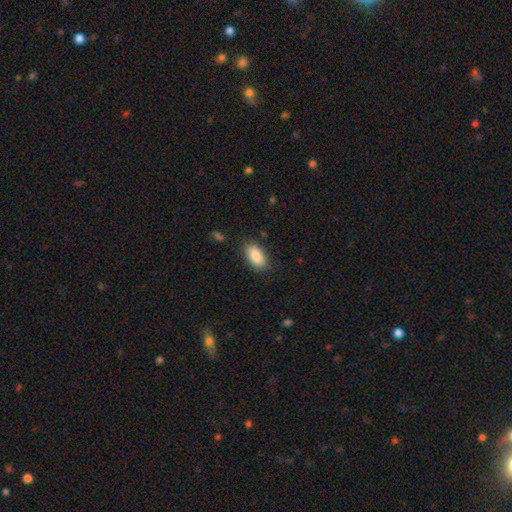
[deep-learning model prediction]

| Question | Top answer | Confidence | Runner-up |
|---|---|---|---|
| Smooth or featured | smooth | 88% | star or artifact (7%) |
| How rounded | in between | 93% | round (4%) |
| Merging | none | 84% | minor disturbance (11%) |